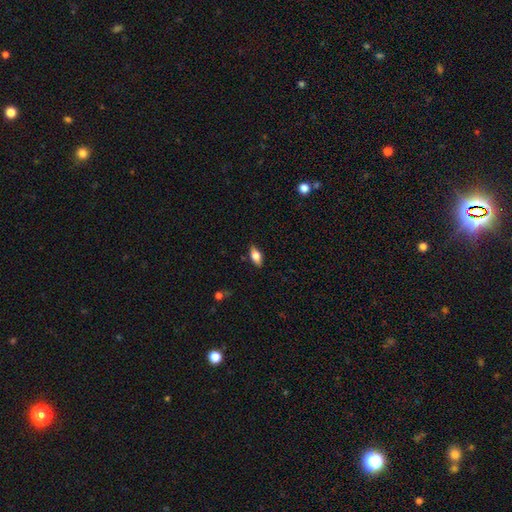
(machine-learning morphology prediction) The model was most divided on "smooth or featured": smooth: 73%, featured or disk: 20%, star or artifact: 7%. More confident: merging — none (86%); how rounded — in between (86%).